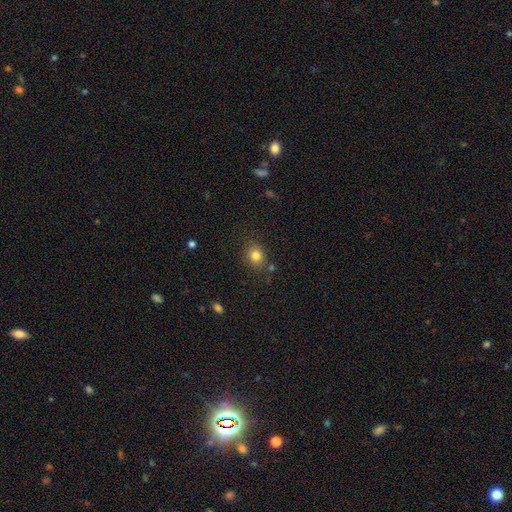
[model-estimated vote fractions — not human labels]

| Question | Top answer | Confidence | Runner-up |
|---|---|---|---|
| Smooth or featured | smooth | 80% | star or artifact (12%) |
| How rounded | round | 61% | in between (38%) |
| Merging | none | 79% | minor disturbance (13%) |